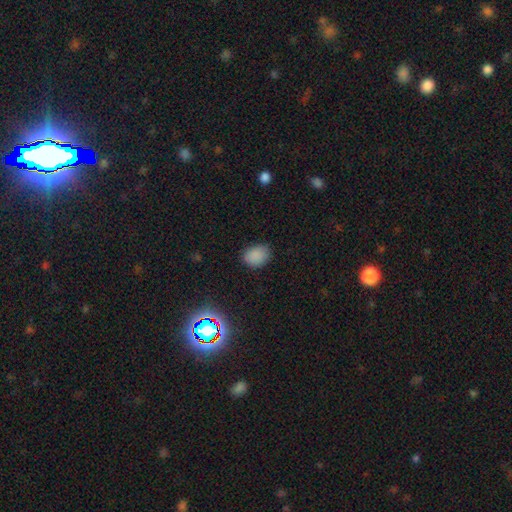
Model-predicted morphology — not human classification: type=smooth (85%); roundness=in between (63%); merging=none (81%).